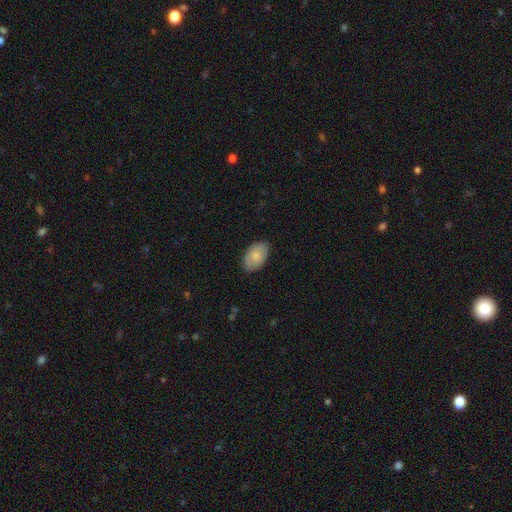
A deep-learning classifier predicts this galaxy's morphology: A smooth galaxy with no disk features (80%) that is in between round and cigar-shaped (92%). Merging: none (83%).